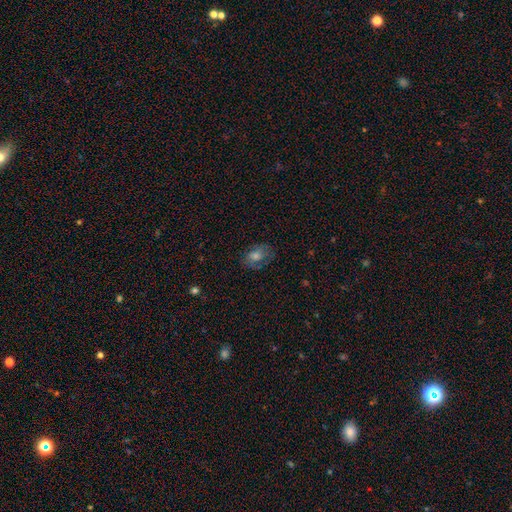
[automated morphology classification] The model was most divided on "smooth or featured": smooth: 49%, featured or disk: 35%, star or artifact: 16%. More confident: merging — none (72%).